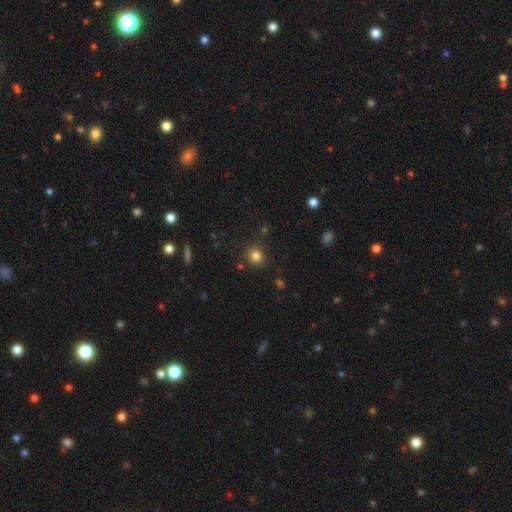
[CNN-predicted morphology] Q: Smooth or featured?
A: smooth (81%); runner-up: star or artifact (13%)
Q: How rounded?
A: round (87%); runner-up: in between (12%)
Q: Merging?
A: none (84%); runner-up: minor disturbance (9%)